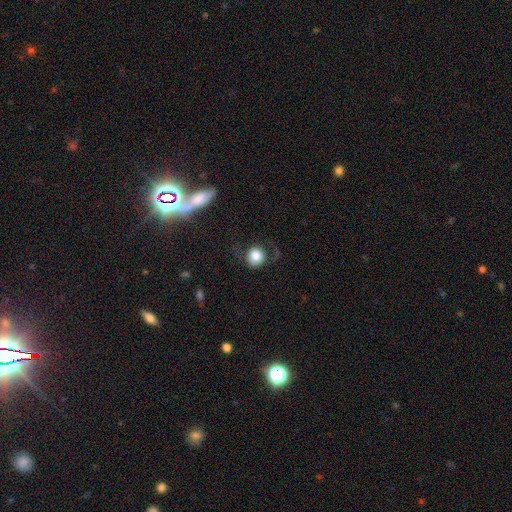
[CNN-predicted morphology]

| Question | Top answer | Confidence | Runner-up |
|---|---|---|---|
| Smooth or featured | smooth | 75% | featured or disk (16%) |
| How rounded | round | 88% | in between (11%) |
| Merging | none | 63% | major disturbance (18%) |